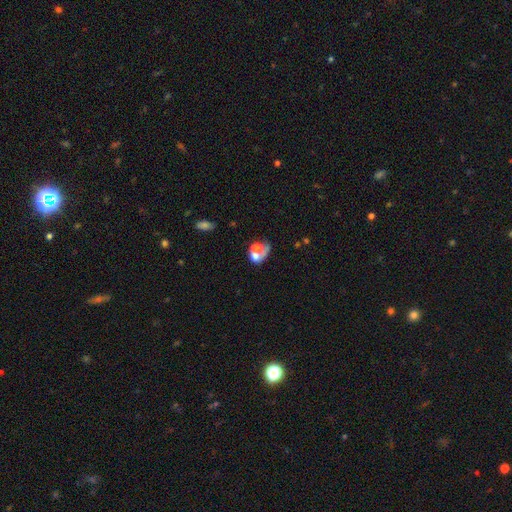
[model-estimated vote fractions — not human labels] The model was most divided on "smooth or featured": smooth: 46%, featured or disk: 41%, star or artifact: 12%. More confident: merging — merger (52%).